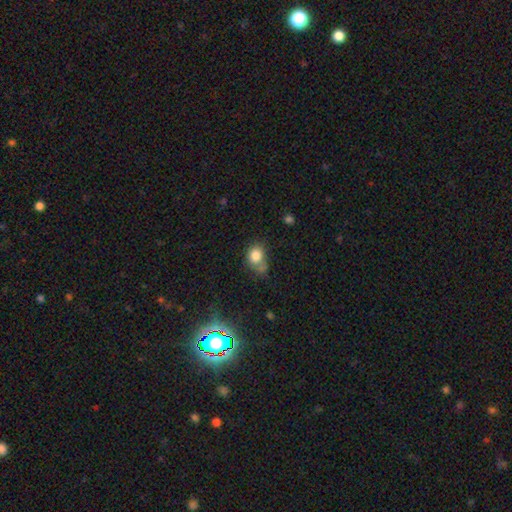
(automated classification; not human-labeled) Q: Smooth or featured?
A: smooth (81%); runner-up: star or artifact (11%)
Q: How rounded?
A: round (55%); runner-up: in between (43%)
Q: Merging?
A: none (44%); runner-up: minor disturbance (24%)